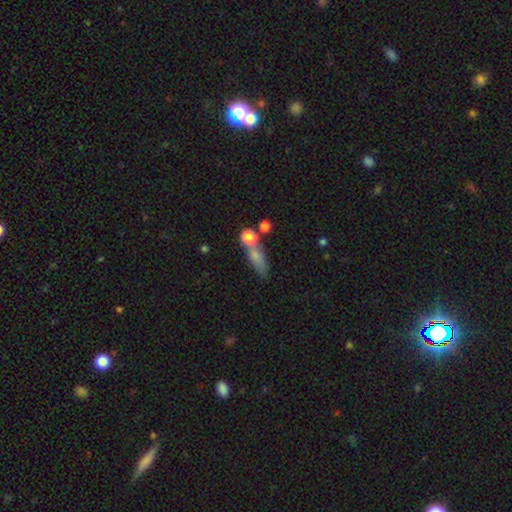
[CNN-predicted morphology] A smooth galaxy with no disk features (69%) that is in between round and cigar-shaped (45%). Merging: none (47%).